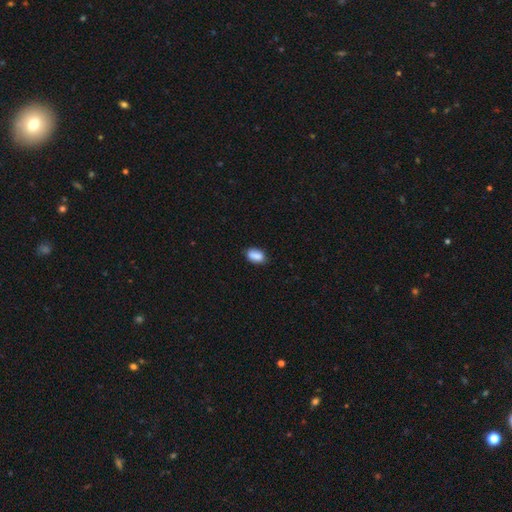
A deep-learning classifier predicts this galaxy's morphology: smooth-or-featured: smooth: 87% | star or artifact: 8% | featured or disk: 5%
  how-rounded: in between: 88% | round: 8% | cigar-shaped: 3%
  merging: none: 79% | minor disturbance: 16% | major disturbance: 3% | merger: 2%